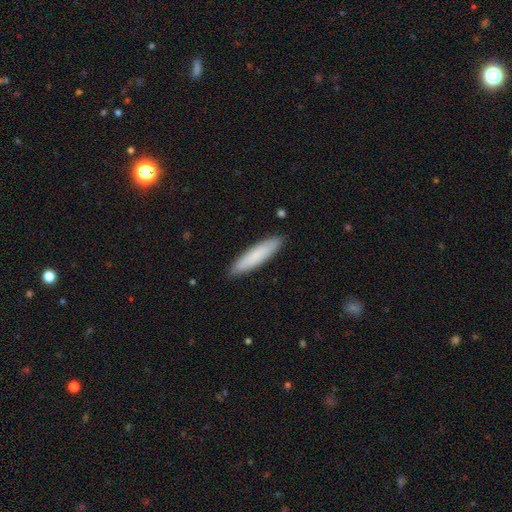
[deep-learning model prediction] This appears to be a smooth galaxy with no disk features (81%) that is cigar-shaped (81%). Merging: none (89%).